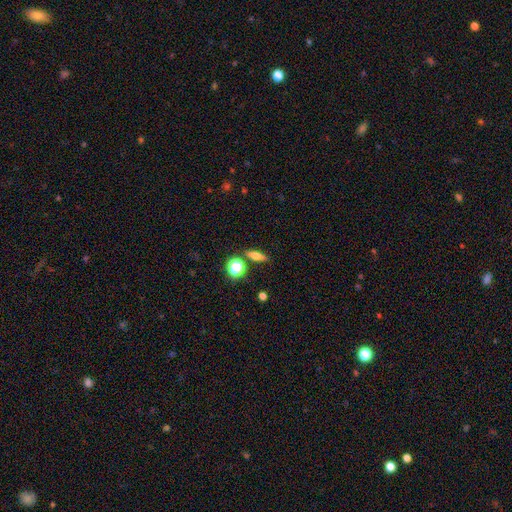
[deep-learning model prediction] Smooth or featured?
  - smooth: 56% *
  - featured or disk: 31%
  - star or artifact: 14%
How rounded?
  - cigar-shaped: 45% *
  - in between: 39%
  - round: 15%
Merging?
  - none: 83% *
  - minor disturbance: 9%
  - merger: 6%
  - major disturbance: 3%